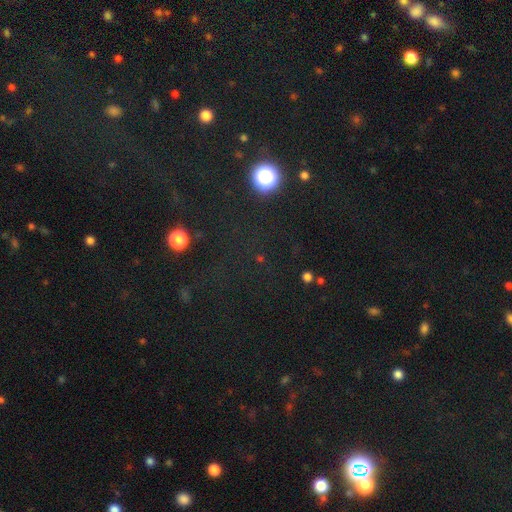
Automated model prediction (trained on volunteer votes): This appears to be a star or artifact, not a galaxy (68%).